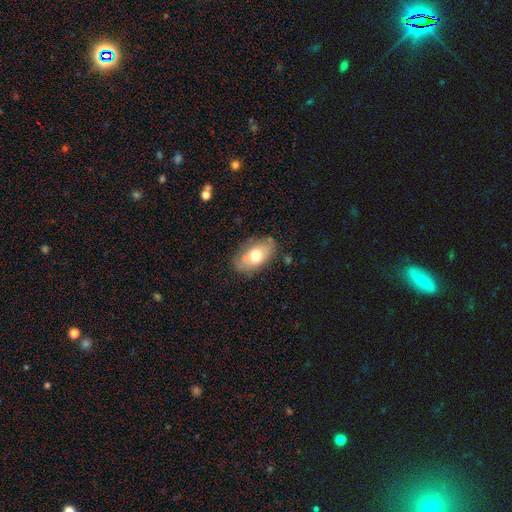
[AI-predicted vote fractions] Smooth or featured? Predicted: smooth (p=0.61). How rounded? Predicted: in between (p=0.90). Merging? Predicted: none (p=0.73).